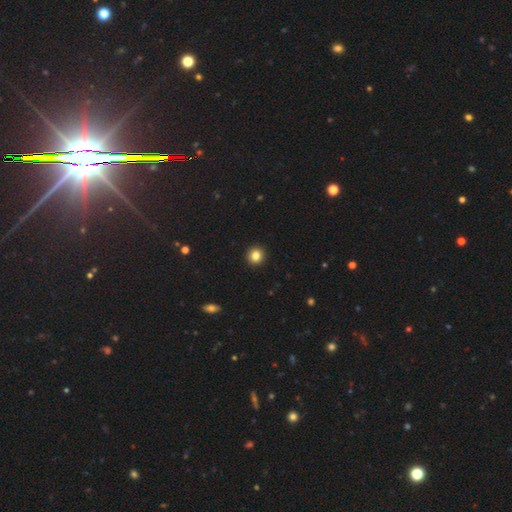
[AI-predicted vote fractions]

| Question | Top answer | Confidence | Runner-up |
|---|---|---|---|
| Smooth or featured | smooth | 83% | star or artifact (11%) |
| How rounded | round | 92% | in between (7%) |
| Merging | none | 94% | minor disturbance (4%) |